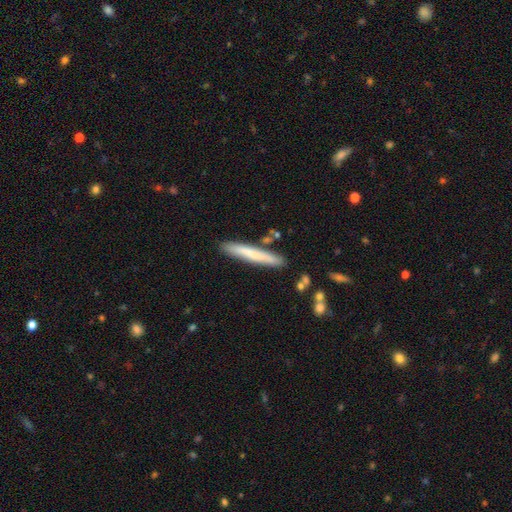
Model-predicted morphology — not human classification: A smooth galaxy with no disk features (67%) that is cigar-shaped (95%).

Vote fractions:
- Smooth or featured? smooth: 67% / featured or disk: 28% / star or artifact: 6%
- How rounded? cigar-shaped: 95% / in between: 4% / round: 1%
- Merging? none: 83% / minor disturbance: 10% / merger: 4% / major disturbance: 2%